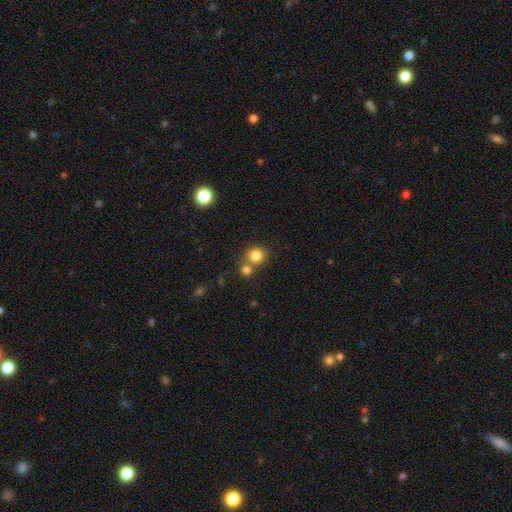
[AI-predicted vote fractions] This is clearly a smooth galaxy (81%). How rounded: clearly round (86%). Merging: possibly none (56%).